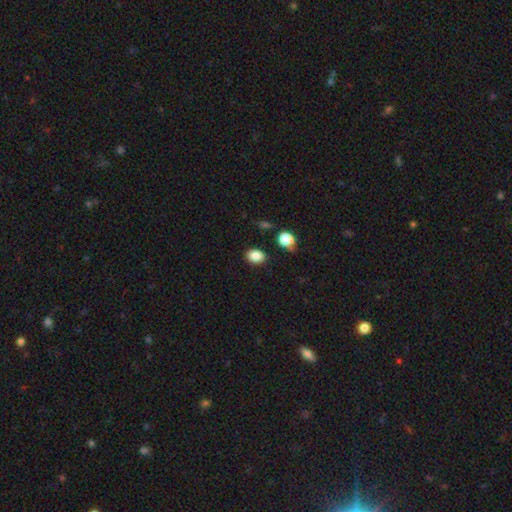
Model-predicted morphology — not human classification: Smooth or featured?
  - smooth: 85% *
  - star or artifact: 10%
  - featured or disk: 5%
How rounded?
  - in between: 67% *
  - round: 32%
  - cigar-shaped: 1%
Merging?
  - none: 83% *
  - minor disturbance: 10%
  - merger: 3%
  - major disturbance: 3%